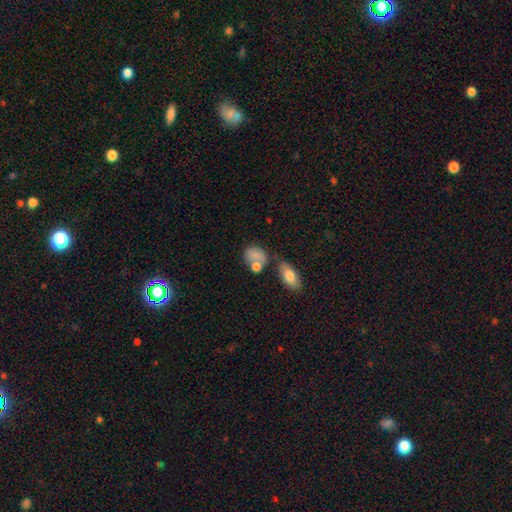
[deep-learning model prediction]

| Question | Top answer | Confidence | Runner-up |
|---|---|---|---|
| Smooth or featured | smooth | 78% | featured or disk (12%) |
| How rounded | in between | 63% | round (35%) |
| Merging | none | 40% | merger (28%) |